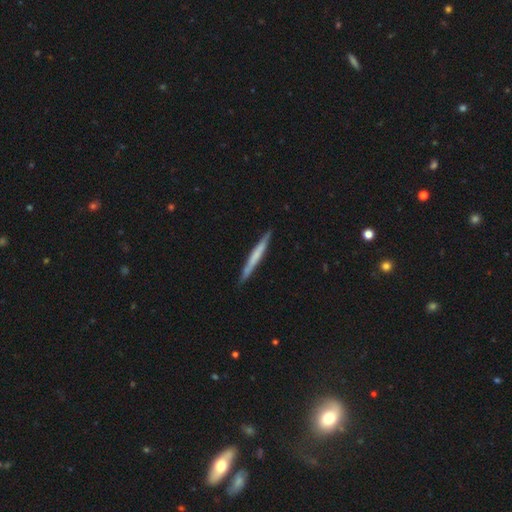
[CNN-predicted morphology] Smooth or featured?
  - smooth: 54% *
  - featured or disk: 41%
  - star or artifact: 5%
How rounded?
  - cigar-shaped: 97% *
  - in between: 2%
  - round: 1%
Merging?
  - none: 90% *
  - minor disturbance: 7%
  - major disturbance: 1%
  - merger: 1%